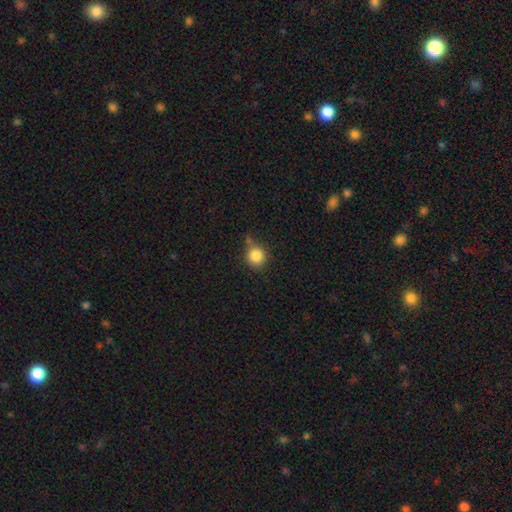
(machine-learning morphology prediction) A smooth galaxy with no disk features (85%) that is round (89%). Merging: none (67%).